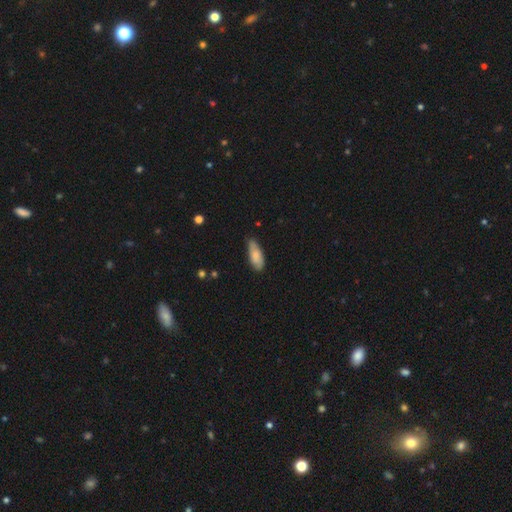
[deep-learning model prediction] Smooth or featured?
  - smooth: 79% *
  - featured or disk: 15%
  - star or artifact: 6%
How rounded?
  - in between: 76% *
  - cigar-shaped: 22%
  - round: 2%
Merging?
  - none: 68% *
  - minor disturbance: 26%
  - major disturbance: 4%
  - merger: 2%